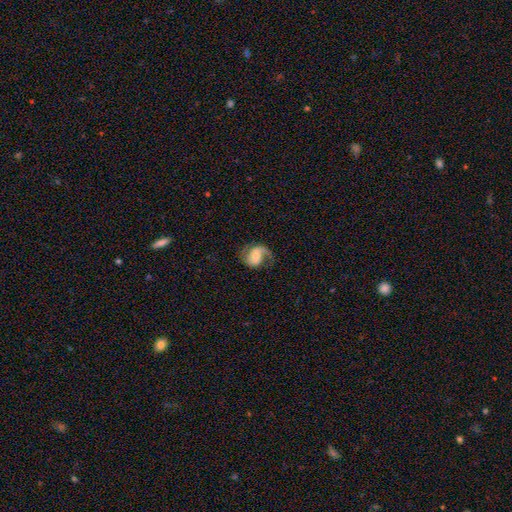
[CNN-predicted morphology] A featured or disk galaxy (74%) with no bar (43%), 2 (55%) medium (44%) spiral arms (94%) and a small central bulge (42%). Merging: none (57%).